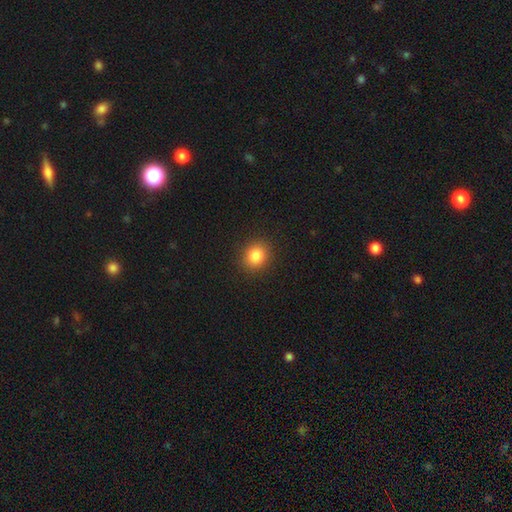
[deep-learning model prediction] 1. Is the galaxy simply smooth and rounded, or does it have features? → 84% smooth, 11% star or artifact, 5% featured or disk.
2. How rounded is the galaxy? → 82% round, 17% in between, 1% cigar-shaped.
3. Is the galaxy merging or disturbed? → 91% none, 6% minor disturbance, 2% major disturbance, 1% merger.